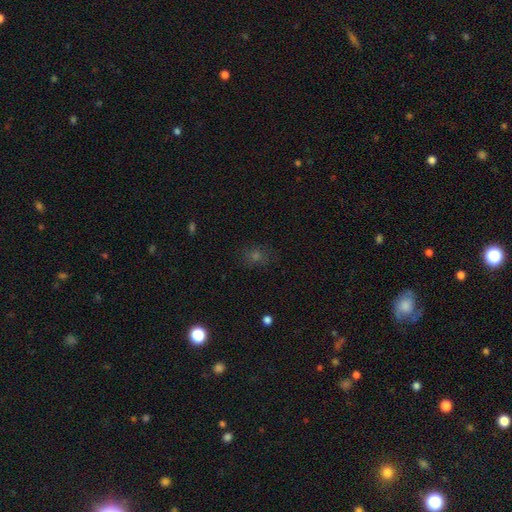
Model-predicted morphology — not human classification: Smooth or featured: smooth — 54% (star or artifact — 34%)
How rounded: round — 64% (in between — 34%)
Merging: none — 82% (minor disturbance — 12%)